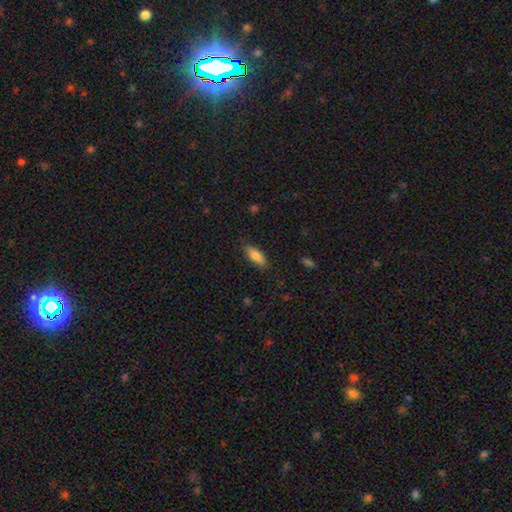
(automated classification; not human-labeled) smooth 83%, featured or disk 11%, star or artifact 7%. Down the decision tree: how rounded — in between (72%); merging — none (85%).